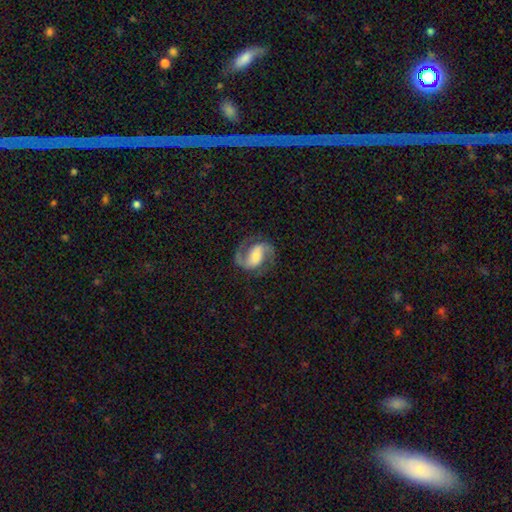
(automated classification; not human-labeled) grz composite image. It shows a featured or disk galaxy (89%) with a weak bar (40%), 2 (93%) medium (57%) spiral arms (97%) and a moderate central bulge (41%). Merging: none (80%).